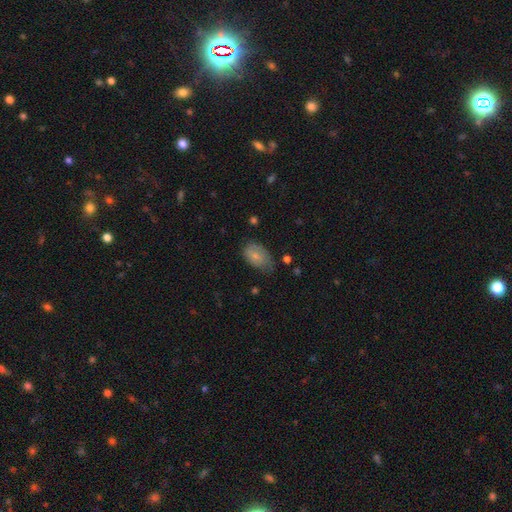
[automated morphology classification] Smooth or featured? smooth (70%)
How rounded? in between (88%)
Merging? none (47%)